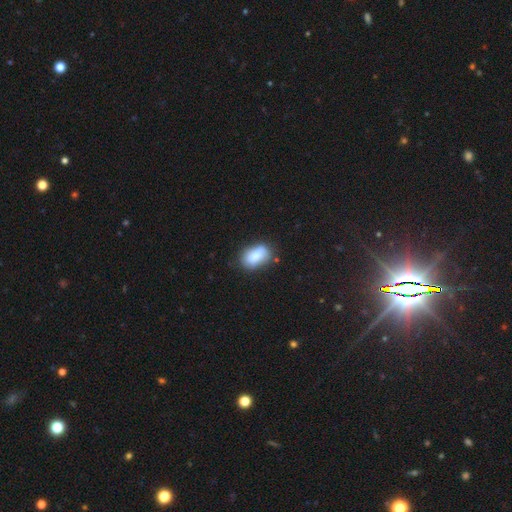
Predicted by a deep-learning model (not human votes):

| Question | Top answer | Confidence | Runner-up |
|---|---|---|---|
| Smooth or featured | smooth | 82% | featured or disk (10%) |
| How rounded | in between | 88% | round (10%) |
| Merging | none | 69% | minor disturbance (22%) |